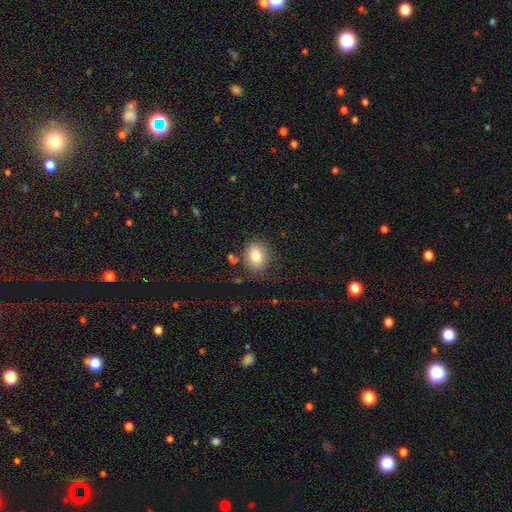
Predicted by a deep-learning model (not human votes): smooth-or-featured: smooth: 79% | featured or disk: 11% | star or artifact: 10%
  how-rounded: round: 51% | in between: 48% | cigar-shaped: 1%
  merging: none: 77% | minor disturbance: 15% | major disturbance: 5% | merger: 4%